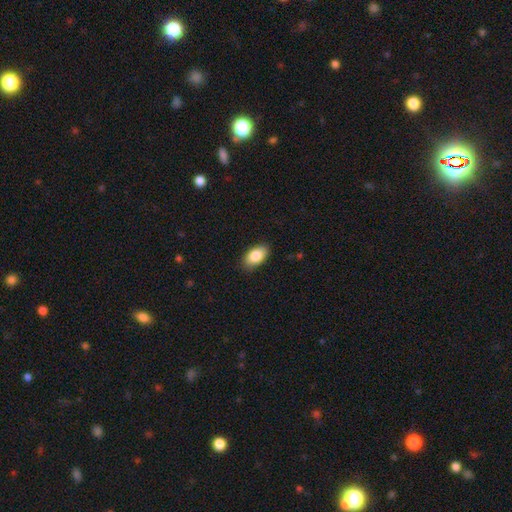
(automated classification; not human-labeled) This appears to be a smooth galaxy with no disk features (85%) that is in between round and cigar-shaped (92%). Merging: none (86%).